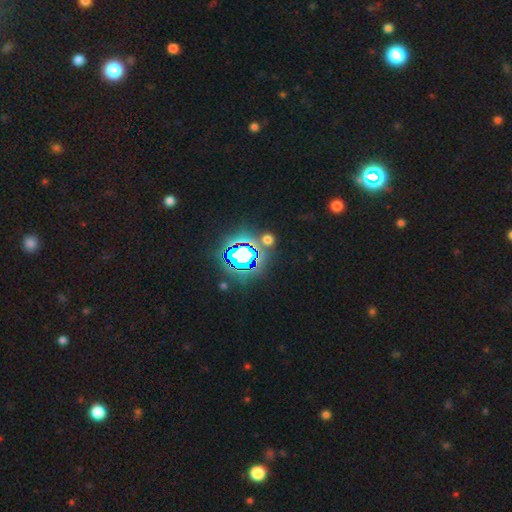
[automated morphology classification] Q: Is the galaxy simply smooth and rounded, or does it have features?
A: star or artifact — 83%.